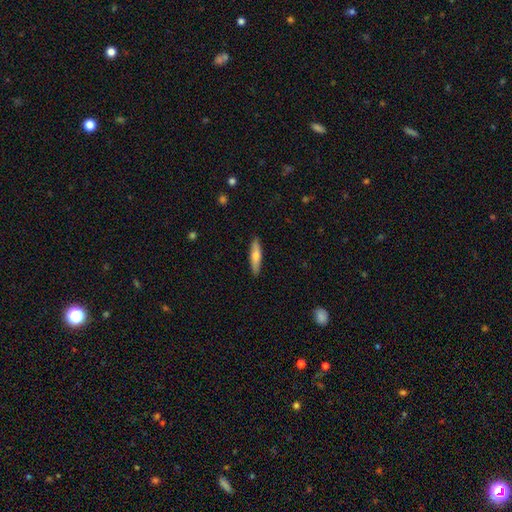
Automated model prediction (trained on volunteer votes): Q: Smooth or featured?
A: smooth (67%); runner-up: featured or disk (28%)
Q: How rounded?
A: cigar-shaped (76%); runner-up: in between (22%)
Q: Merging?
A: none (89%); runner-up: minor disturbance (8%)